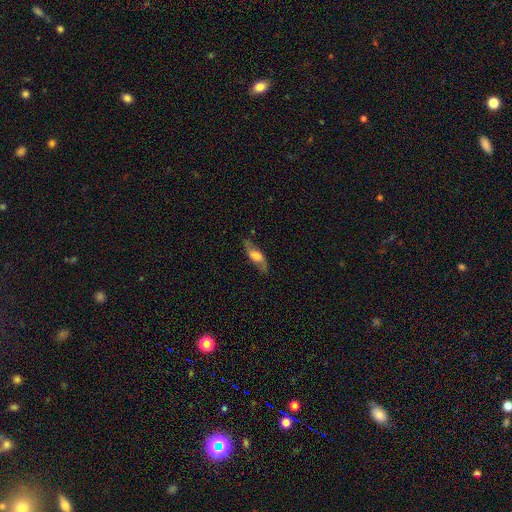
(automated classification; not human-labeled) Smooth or featured?
  - featured or disk: 48% *
  - smooth: 45%
  - star or artifact: 7%
Merging?
  - none: 74% *
  - minor disturbance: 18%
  - major disturbance: 7%
  - merger: 2%